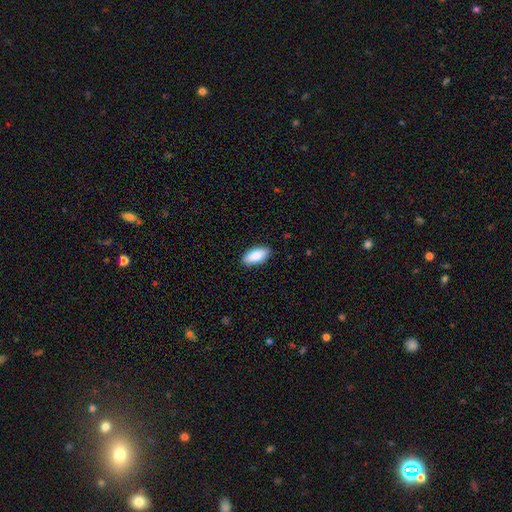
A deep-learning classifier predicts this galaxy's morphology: Smooth or featured: smooth — 89% (star or artifact — 6%)
How rounded: in between — 91% (cigar-shaped — 7%)
Merging: none — 89% (minor disturbance — 9%)